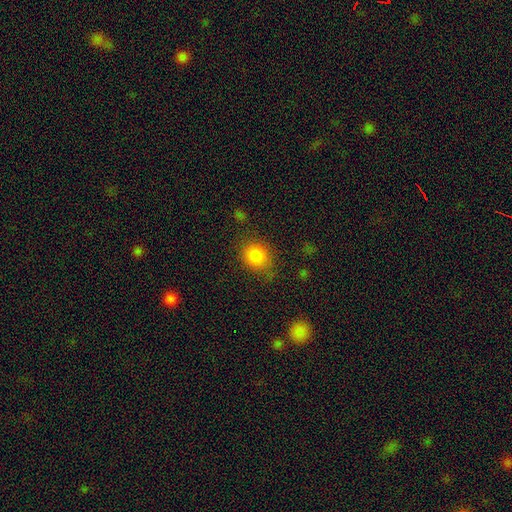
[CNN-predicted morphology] Smooth or featured?
  - smooth: 83% *
  - star or artifact: 11%
  - featured or disk: 6%
How rounded?
  - round: 70% *
  - in between: 29%
  - cigar-shaped: 1%
Merging?
  - none: 70% *
  - minor disturbance: 19%
  - major disturbance: 7%
  - merger: 4%